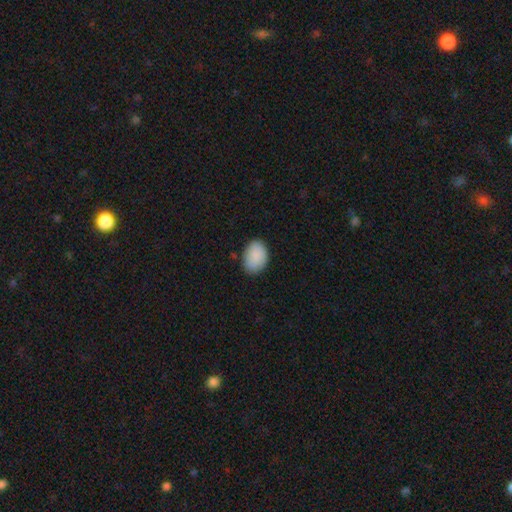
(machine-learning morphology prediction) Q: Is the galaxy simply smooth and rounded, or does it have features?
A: smooth — 89%.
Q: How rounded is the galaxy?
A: in between — 82%.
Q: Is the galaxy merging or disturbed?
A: none — 83%.